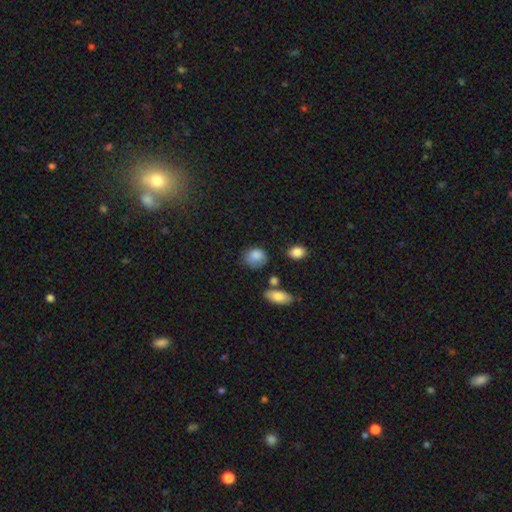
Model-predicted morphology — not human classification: smooth-or-featured: smooth: 84% | star or artifact: 9% | featured or disk: 7%
  how-rounded: round: 55% | in between: 44% | cigar-shaped: 1%
  merging: none: 56% | minor disturbance: 29% | major disturbance: 10% | merger: 5%